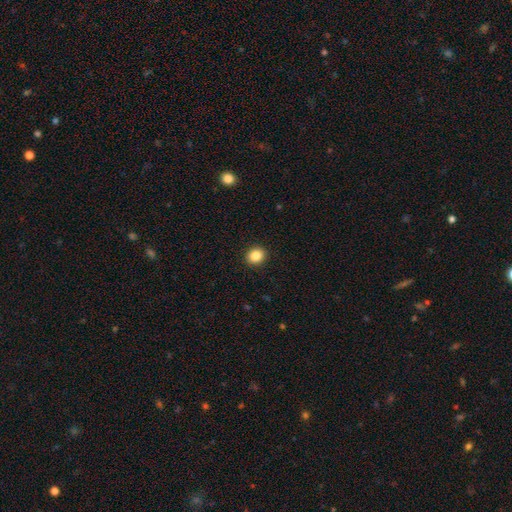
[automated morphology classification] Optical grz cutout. It shows a smooth galaxy with no disk features (86%) that is round (73%). Merging: none (92%).